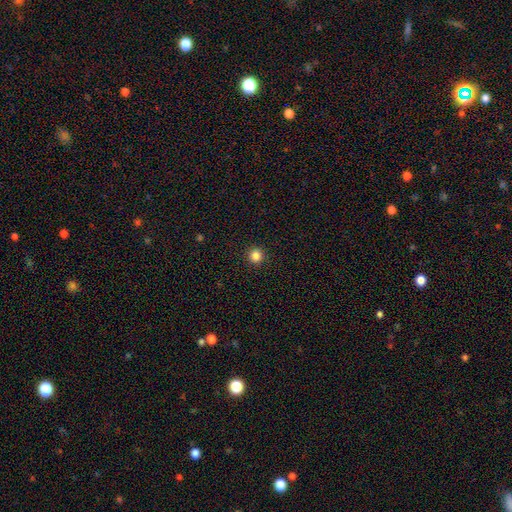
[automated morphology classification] Overall: smooth (85%). How rounded: round (95%). Merging: none (93%).